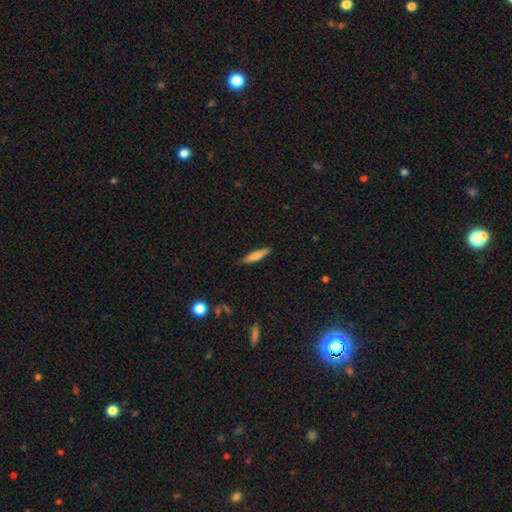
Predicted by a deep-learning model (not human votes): Morphology: type=smooth (68%); roundness=cigar-shaped (81%); merging=none (87%).